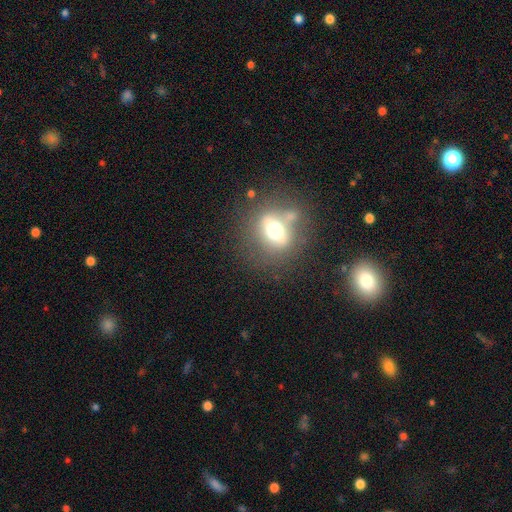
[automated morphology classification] smooth-or-featured: smooth: 52% | featured or disk: 27% | star or artifact: 22%
  how-rounded: round: 61% | in between: 36% | cigar-shaped: 4%
  merging: none: 62% | merger: 21% | minor disturbance: 12% | major disturbance: 6%